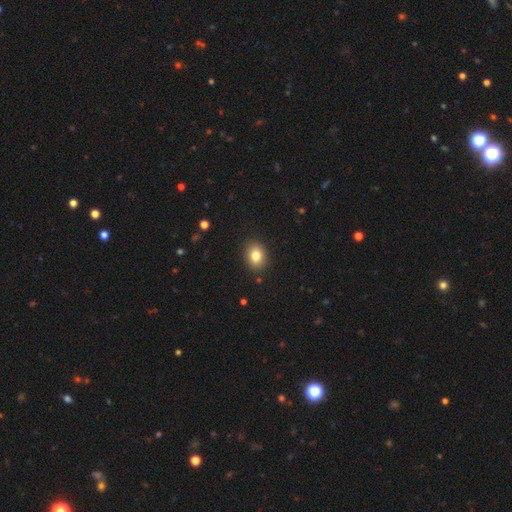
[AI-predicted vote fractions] Morphology: type=smooth (82%); roundness=in between (57%); merging=none (89%).